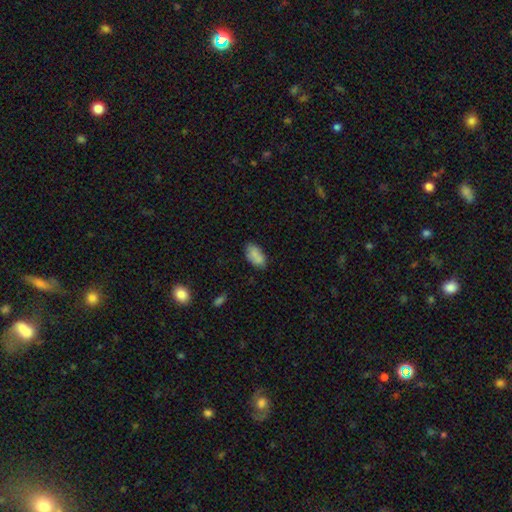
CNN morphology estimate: A smooth galaxy with no disk features (81%) that is in between round and cigar-shaped (93%). Merging: none (71%).